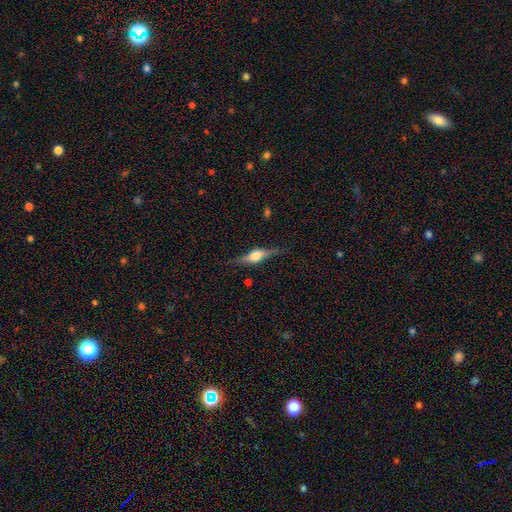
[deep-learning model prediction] Smooth or featured? featured or disk (69%)
Edge-on disk? yes (96%)
Edge-on bulge? rounded (90%)
Merging? none (81%)